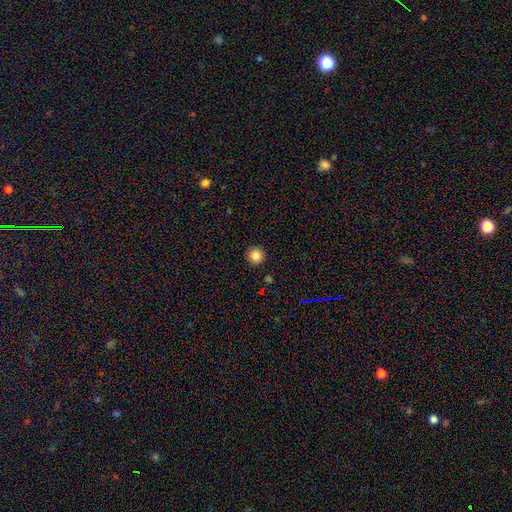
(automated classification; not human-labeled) smooth 84%, star or artifact 11%, featured or disk 5%. Down the decision tree: how rounded — round (95%); merging — none (92%).